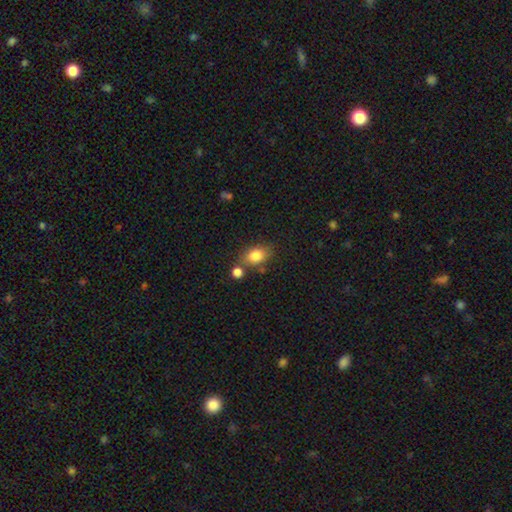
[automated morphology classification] Smooth or featured: smooth — 82% (star or artifact — 9%)
How rounded: in between — 72% (round — 27%)
Merging: none — 66% (merger — 16%)